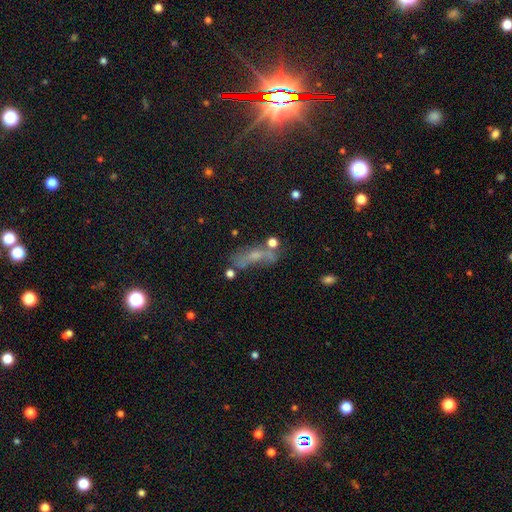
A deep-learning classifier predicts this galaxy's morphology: smooth-or-featured: smooth: 37% | featured or disk: 36% | star or artifact: 27%
  merging: none: 44% | minor disturbance: 19% | major disturbance: 19% | merger: 18%